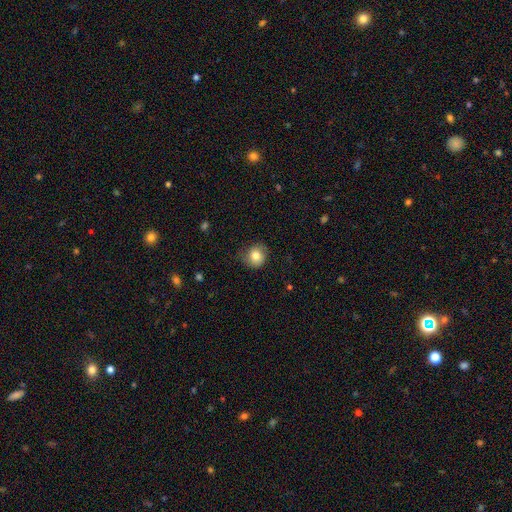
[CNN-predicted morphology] The model was most divided on "merging": none: 70%, minor disturbance: 22%, major disturbance: 7%, merger: 1%. More confident: how rounded — round (86%); smooth or featured — smooth (80%).